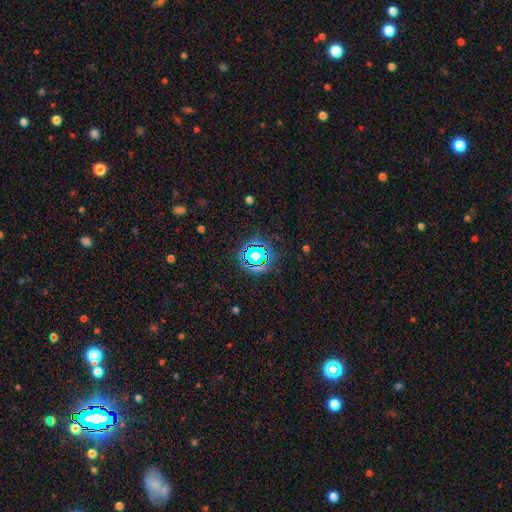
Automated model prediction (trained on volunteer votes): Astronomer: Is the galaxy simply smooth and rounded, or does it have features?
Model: star or artifact — 67%.